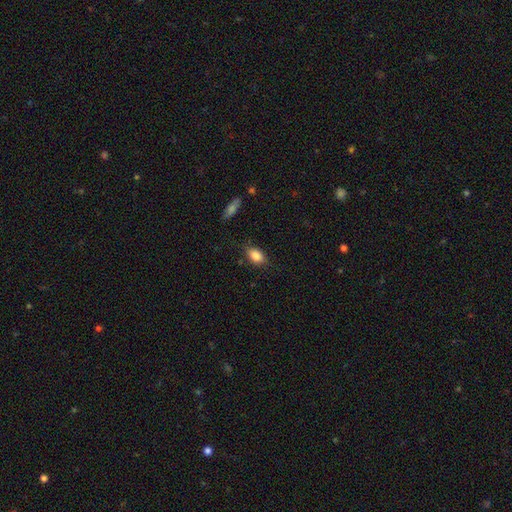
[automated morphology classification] A smooth galaxy with no disk features (86%) that is in between round and cigar-shaped (86%).

Vote fractions:
- Smooth or featured? smooth: 86% / star or artifact: 8% / featured or disk: 6%
- How rounded? in between: 86% / round: 12% / cigar-shaped: 3%
- Merging? none: 77% / minor disturbance: 17% / major disturbance: 4% / merger: 2%